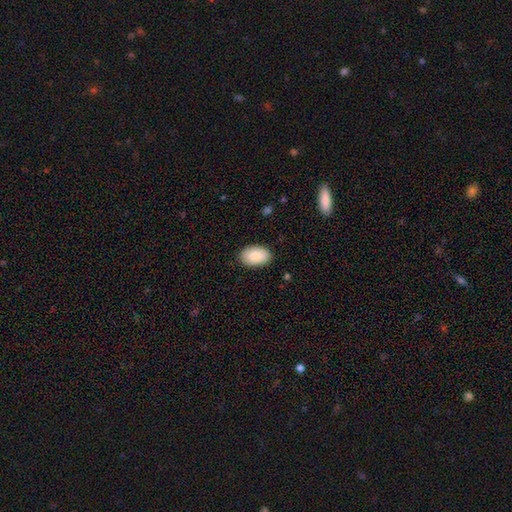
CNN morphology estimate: Overall: smooth (88%). How rounded: in between (93%). Merging: none (87%).